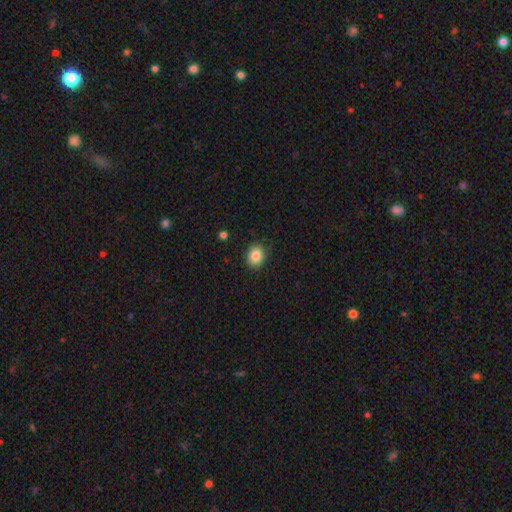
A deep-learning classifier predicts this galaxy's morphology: Q: Smooth or featured?
A: smooth (85%); runner-up: star or artifact (9%)
Q: How rounded?
A: round (56%); runner-up: in between (43%)
Q: Merging?
A: none (88%); runner-up: minor disturbance (9%)